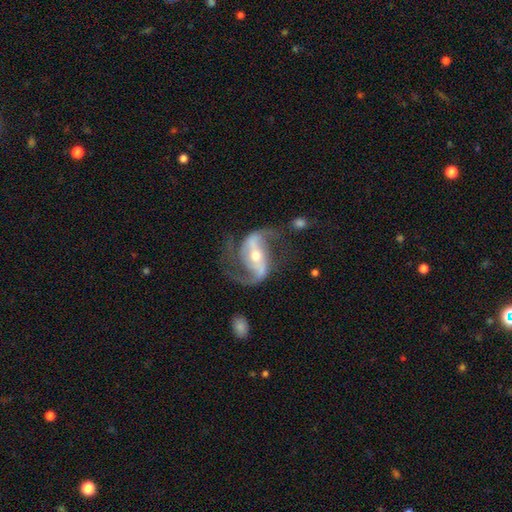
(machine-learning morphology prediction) A featured or disk galaxy (91%) with a strong bar (61%), 2 (92%) loose (49%) spiral arms (97%) and a moderate central bulge (51%).

Vote fractions:
- Smooth or featured? featured or disk: 91% / star or artifact: 5% / smooth: 4%
- Edge-on disk? no: 96% / yes: 4%
- Bar? strong: 61% / weak: 26% / no: 13%
- Spiral arms? yes: 97% / no: 3%
- Spiral winding? loose: 49% / medium: 42% / tight: 9%
- Spiral arm count? 2: 92% / 1: 2% / can't tell: 2% / 3: 1% / 4: 1% / more than 4: 1%
- Bulge size? moderate: 51% / small: 44% / large: 3% / none: 1% / dominant: 1%
- Merging? none: 66% / major disturbance: 15% / minor disturbance: 15% / merger: 3%